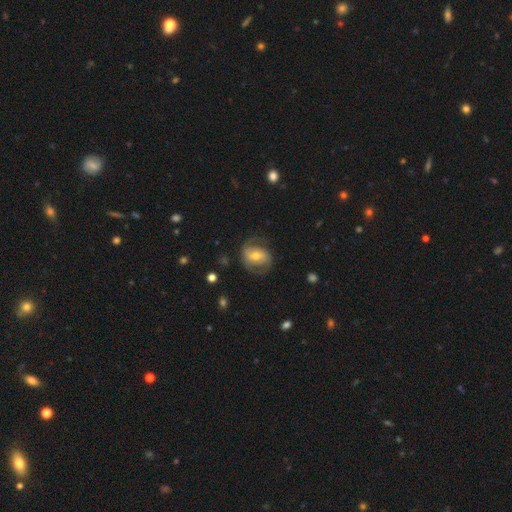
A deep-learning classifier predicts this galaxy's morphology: Smooth or featured?
  - featured or disk: 65% *
  - smooth: 28%
  - star or artifact: 7%
Edge-on disk?
  - no: 96% *
  - yes: 4%
Bar?
  - weak: 42% *
  - no: 31%
  - strong: 28%
Spiral arms?
  - yes: 82% *
  - no: 18%
Spiral winding?
  - medium: 46% *
  - tight: 29%
  - loose: 25%
Spiral arm count?
  - 2: 80% *
  - can't tell: 11%
  - 1: 5%
  - 3: 2%
  - 4: 1%
  - more than 4: 1%
Bulge size?
  - moderate: 62% *
  - small: 29%
  - large: 6%
  - none: 2%
  - dominant: 1%
Merging?
  - none: 67% *
  - minor disturbance: 19%
  - major disturbance: 13%
  - merger: 1%